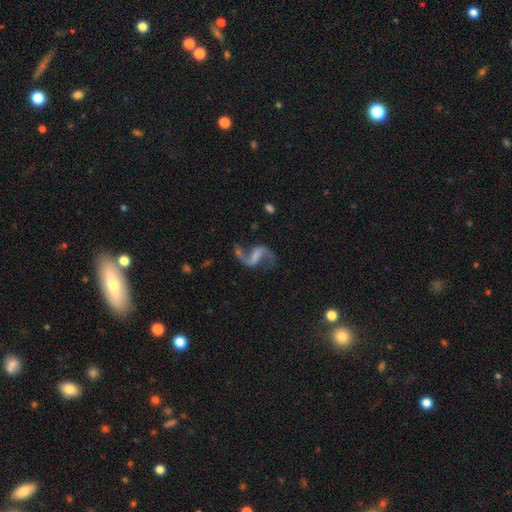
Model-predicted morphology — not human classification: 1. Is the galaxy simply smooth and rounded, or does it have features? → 89% featured or disk, 5% star or artifact, 5% smooth.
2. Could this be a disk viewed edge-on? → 98% no, 2% yes.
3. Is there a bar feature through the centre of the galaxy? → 45% weak, 32% strong, 23% no.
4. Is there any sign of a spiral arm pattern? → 96% yes, 4% no.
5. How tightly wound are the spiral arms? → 81% loose, 16% medium, 3% tight.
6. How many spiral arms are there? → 93% 2, 3% 1, 1% can't tell, 1% 3, 1% 4, 1% more than 4.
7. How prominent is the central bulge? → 47% none, 33% small, 15% moderate, 4% large, 1% dominant.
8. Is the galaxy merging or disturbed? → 69% none, 14% minor disturbance, 11% major disturbance, 6% merger.